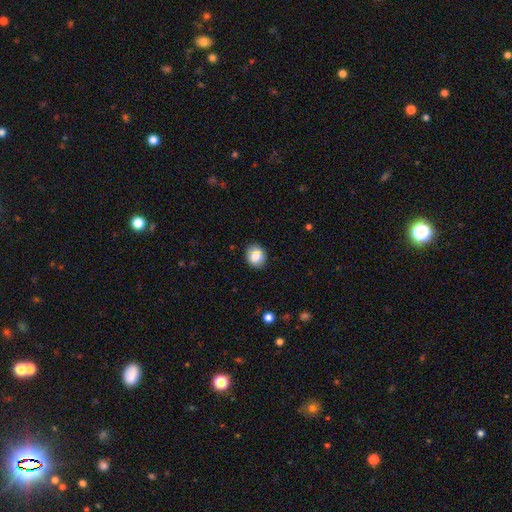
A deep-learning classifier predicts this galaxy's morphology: Smooth or featured: smooth — 81% (featured or disk — 9%)
How rounded: round — 69% (in between — 30%)
Merging: none — 84% (minor disturbance — 12%)